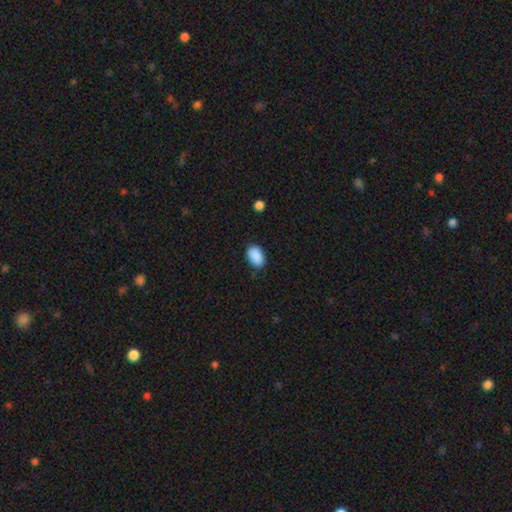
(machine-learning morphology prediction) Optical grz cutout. It shows a smooth galaxy with no disk features (90%) that is in between round and cigar-shaped (89%). Merging: none (82%).